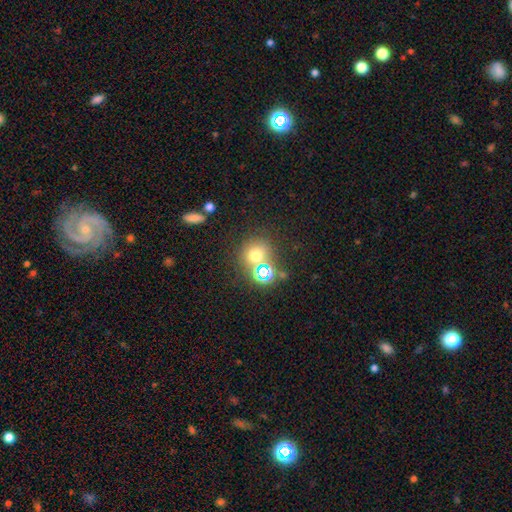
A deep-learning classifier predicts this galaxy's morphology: A smooth galaxy with no disk features (61%) that is round (84%). Merging: none (67%).